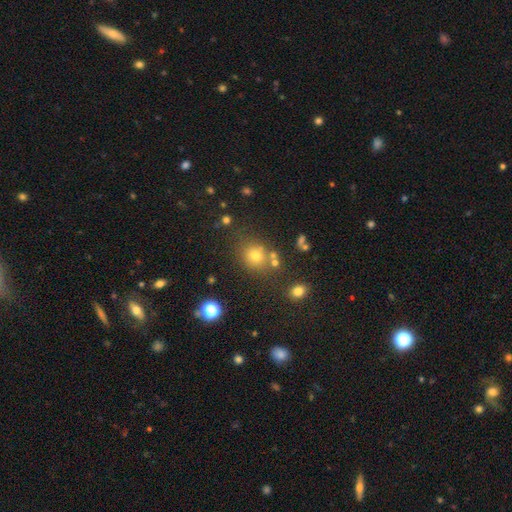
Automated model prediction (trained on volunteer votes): smooth 69%, star or artifact 21%, featured or disk 10%. Down the decision tree: how rounded — round (76%); merging — none (69%).